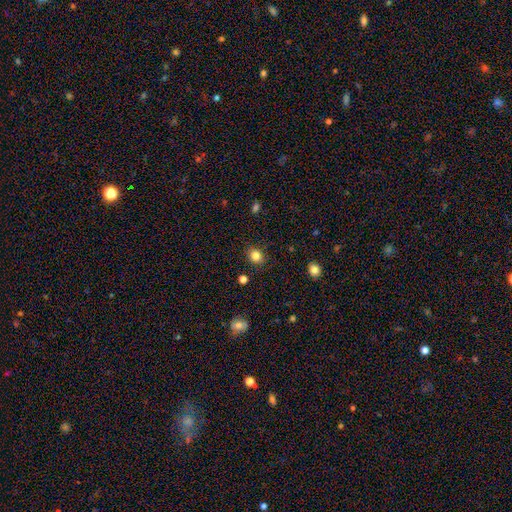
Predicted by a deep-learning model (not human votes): Smooth or featured: smooth — 84% (star or artifact — 11%)
How rounded: round — 60% (in between — 39%)
Merging: none — 86% (minor disturbance — 10%)